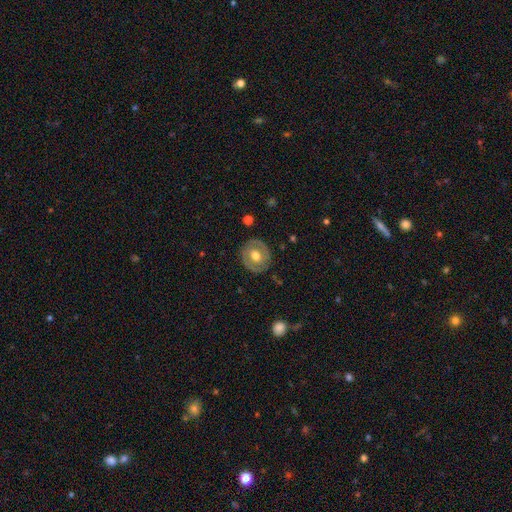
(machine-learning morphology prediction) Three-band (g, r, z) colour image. It shows a featured or disk galaxy (56%) with no bar (58%), no spiral arms (52%) and a moderate central bulge (75%). Merging: none (85%).